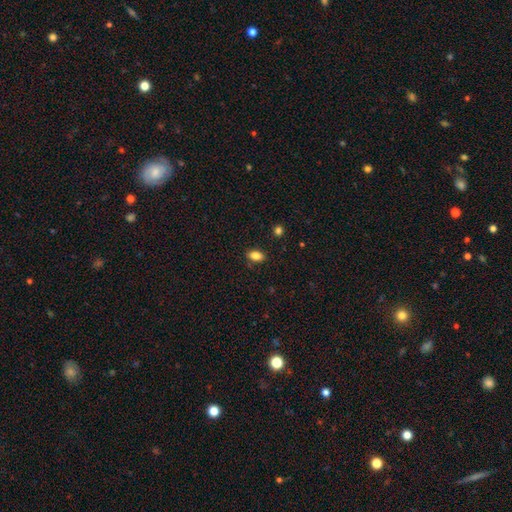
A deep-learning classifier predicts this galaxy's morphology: Smooth or featured? Predicted: smooth (p=0.84). How rounded? Predicted: in between (p=0.87). Merging? Predicted: none (p=0.87).